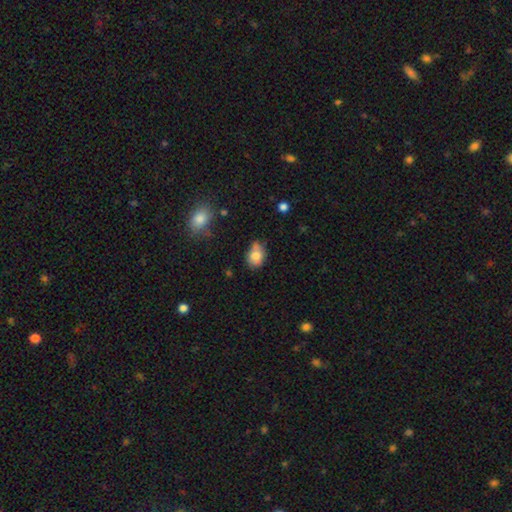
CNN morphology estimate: smooth_or_featured: smooth (p=0.76) [alt: featured or disk p=0.14]
how_rounded: in between (p=0.68) [alt: round p=0.31]
merging: none (p=0.49) [alt: minor disturbance p=0.32]